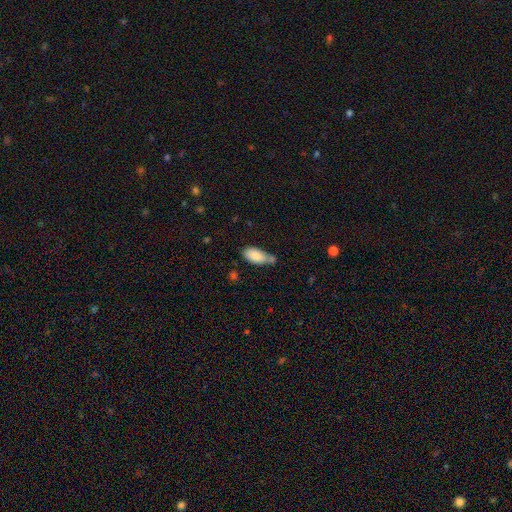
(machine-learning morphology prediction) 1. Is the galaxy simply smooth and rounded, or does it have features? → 85% smooth, 8% featured or disk, 7% star or artifact.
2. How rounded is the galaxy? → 89% in between, 9% cigar-shaped, 2% round.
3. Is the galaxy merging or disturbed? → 43% none, 26% minor disturbance, 24% merger, 7% major disturbance.